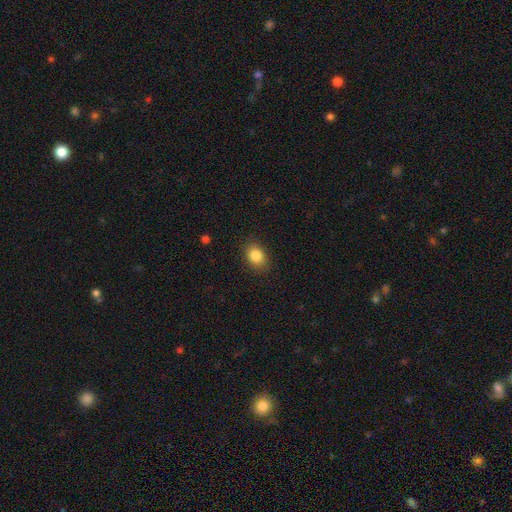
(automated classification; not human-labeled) smooth 86%, star or artifact 9%, featured or disk 5%. Down the decision tree: how rounded — in between (67%); merging — none (85%).